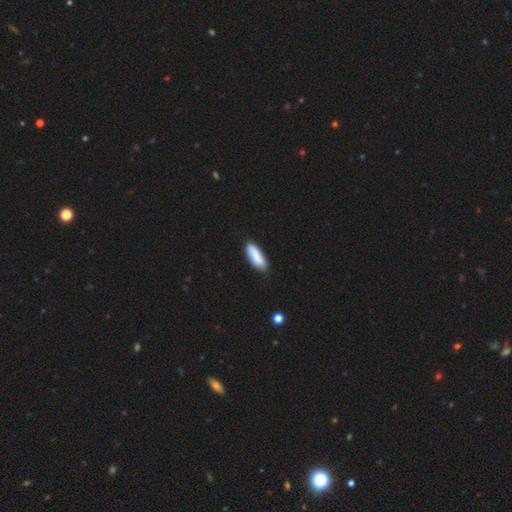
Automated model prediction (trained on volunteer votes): A smooth galaxy with no disk features (85%) that is in between round and cigar-shaped (59%).

Vote fractions:
- Smooth or featured? smooth: 85% / featured or disk: 9% / star or artifact: 6%
- How rounded? in between: 59% / cigar-shaped: 39% / round: 2%
- Merging? none: 80% / minor disturbance: 16% / major disturbance: 3% / merger: 2%